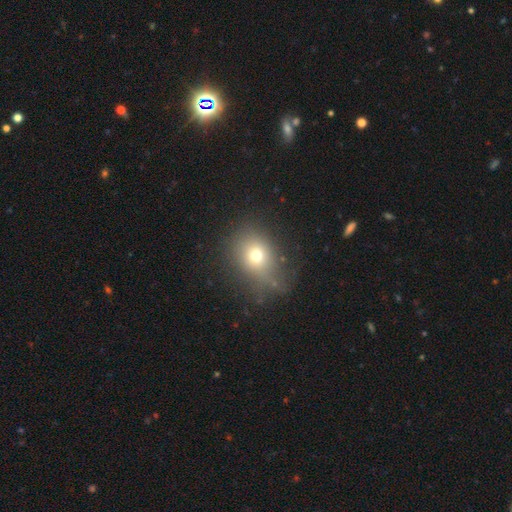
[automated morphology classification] smooth_or_featured: smooth (p=0.68) [alt: star or artifact p=0.17]
how_rounded: round (p=0.56) [alt: in between p=0.43]
merging: none (p=0.58) [alt: minor disturbance p=0.23]